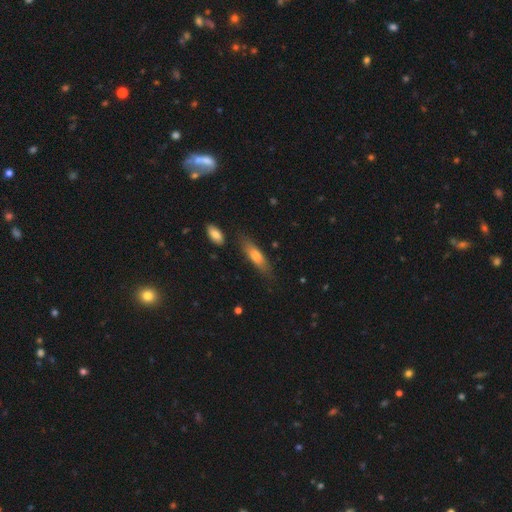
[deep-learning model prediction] smooth 63%, featured or disk 30%, star or artifact 7%. Down the decision tree: how rounded — cigar-shaped (64%); merging — none (75%).